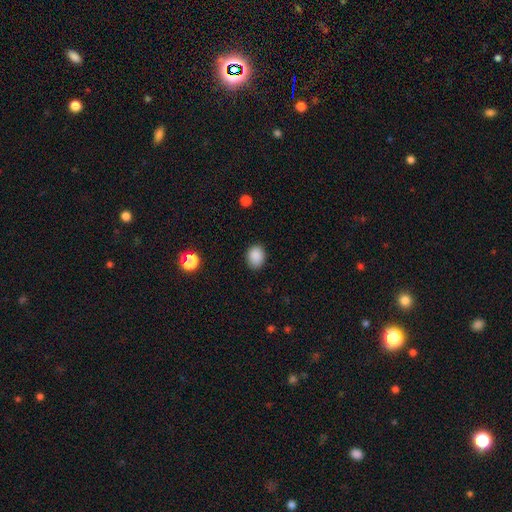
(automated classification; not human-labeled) Q: Smooth or featured?
A: smooth (88%); runner-up: star or artifact (9%)
Q: How rounded?
A: in between (56%); runner-up: round (43%)
Q: Merging?
A: none (85%); runner-up: minor disturbance (11%)